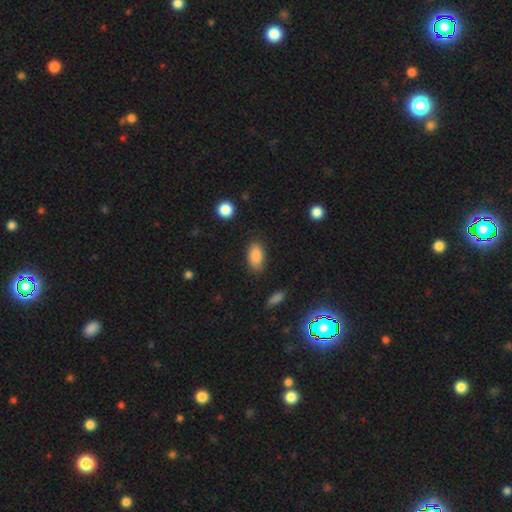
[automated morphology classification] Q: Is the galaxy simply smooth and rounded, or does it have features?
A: smooth — 87%.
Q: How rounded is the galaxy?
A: in between — 92%.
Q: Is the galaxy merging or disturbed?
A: none — 83%.